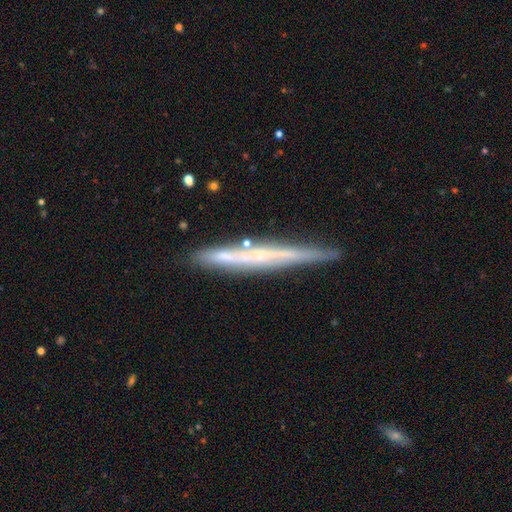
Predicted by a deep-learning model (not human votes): Smooth or featured? Predicted: featured or disk (p=0.64). Edge-on disk? Predicted: yes (p=0.94). Edge-on bulge? Predicted: none (p=0.75). Merging? Predicted: none (p=0.80).